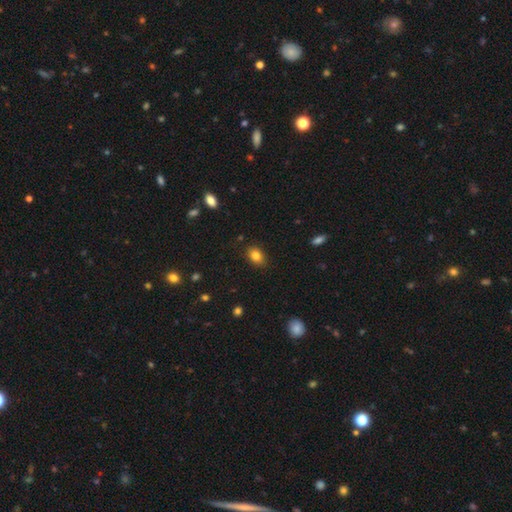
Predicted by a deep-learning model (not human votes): Smooth or featured? Predicted: smooth (p=0.82). How rounded? Predicted: in between (p=0.76). Merging? Predicted: none (p=0.84).